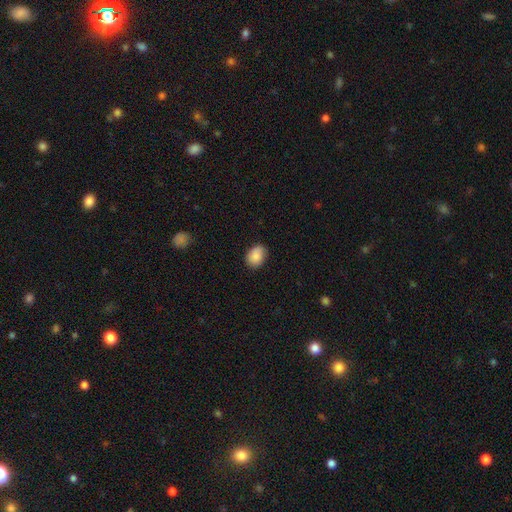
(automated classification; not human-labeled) This is clearly a smooth galaxy (85%). How rounded: likely in between (63%). Merging: likely none (78%).